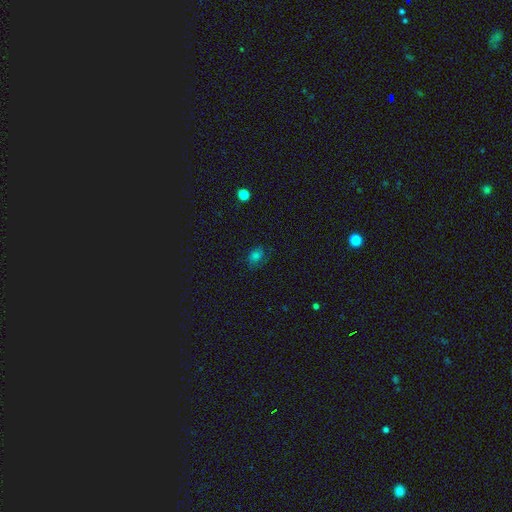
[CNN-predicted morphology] Smooth or featured? smooth (56%)
How rounded? in between (66%)
Merging? none (67%)